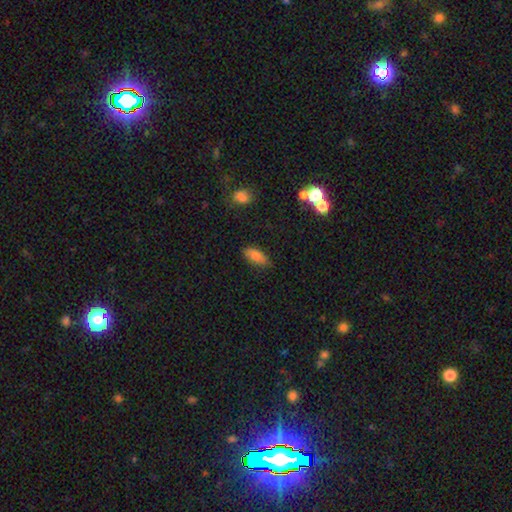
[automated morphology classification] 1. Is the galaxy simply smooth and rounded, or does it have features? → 80% smooth, 11% featured or disk, 9% star or artifact.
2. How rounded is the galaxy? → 83% in between, 14% cigar-shaped, 3% round.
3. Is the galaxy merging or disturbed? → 81% none, 15% minor disturbance, 3% major disturbance, 2% merger.